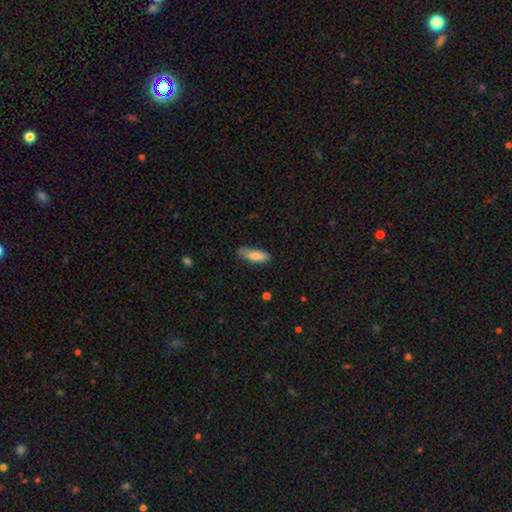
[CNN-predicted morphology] This appears to be a smooth galaxy with no disk features (81%) that is in between round and cigar-shaped (59%). Merging: none (66%).